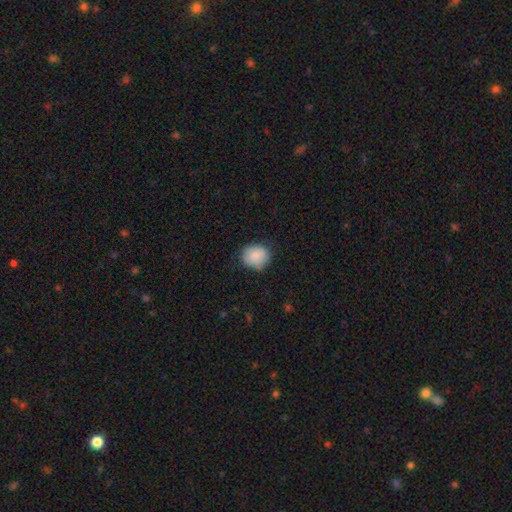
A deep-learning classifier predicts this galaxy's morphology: Smooth or featured: smooth — 88% (star or artifact — 8%)
How rounded: round — 72% (in between — 27%)
Merging: none — 78% (minor disturbance — 18%)